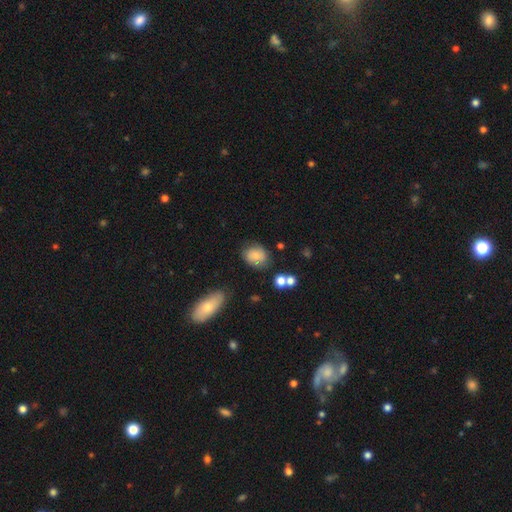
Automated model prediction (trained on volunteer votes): The model was most divided on "how rounded": in between: 56%, round: 42%, cigar-shaped: 1%. More confident: smooth or featured — smooth (75%); merging — none (69%).